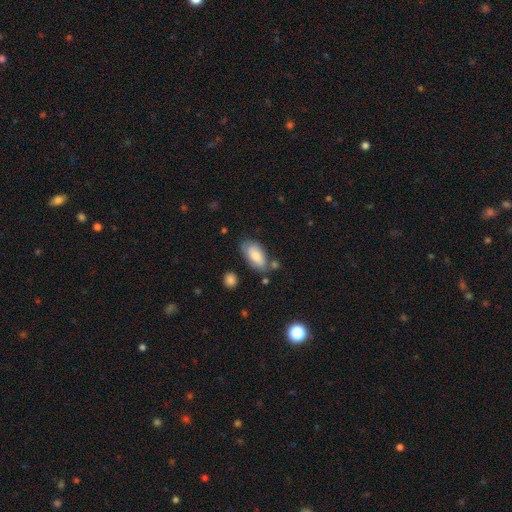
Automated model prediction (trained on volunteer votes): The model was most divided on "merging": none: 63%, minor disturbance: 23%, merger: 8%, major disturbance: 6%. More confident: how rounded — in between (92%); smooth or featured — smooth (76%).